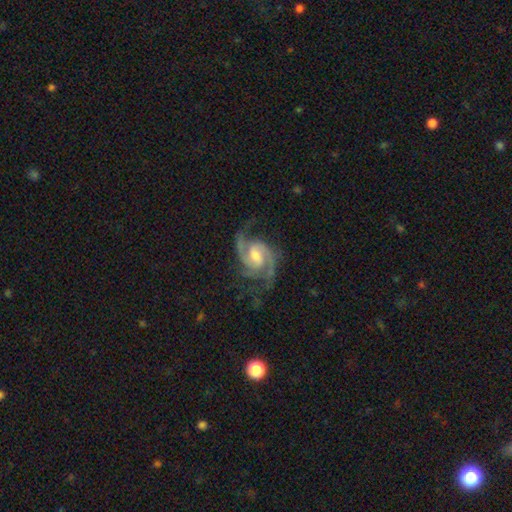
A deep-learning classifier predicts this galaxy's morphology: Smooth or featured? Predicted: featured or disk (p=0.92). Edge-on disk? Predicted: no (p=0.98). Bar? Predicted: weak (p=0.55). Spiral arms? Predicted: yes (p=0.98). Spiral winding? Predicted: medium (p=0.58). Spiral arm count? Predicted: 2 (p=0.67). Bulge size? Predicted: moderate (p=0.59). Merging? Predicted: none (p=0.71).